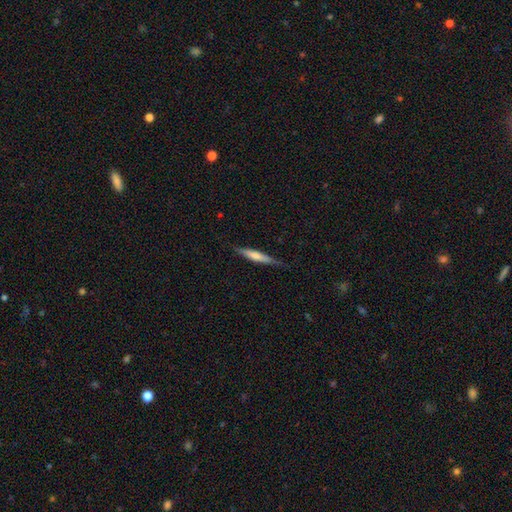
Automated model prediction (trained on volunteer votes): A smooth galaxy with no disk features (59%) that is cigar-shaped (91%).

Vote fractions:
- Smooth or featured? smooth: 59% / featured or disk: 36% / star or artifact: 5%
- How rounded? cigar-shaped: 91% / in between: 7% / round: 1%
- Merging? none: 77% / minor disturbance: 19% / major disturbance: 3% / merger: 1%